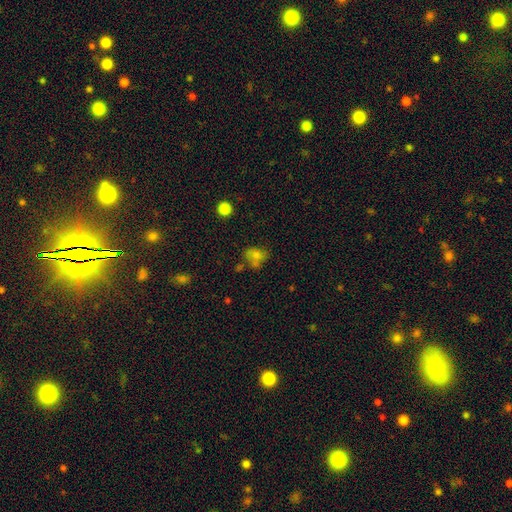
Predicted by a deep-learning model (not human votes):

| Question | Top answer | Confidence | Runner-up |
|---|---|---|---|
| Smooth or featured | smooth | 69% | featured or disk (16%) |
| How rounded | in between | 52% | round (47%) |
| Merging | none | 44% | merger (25%) |